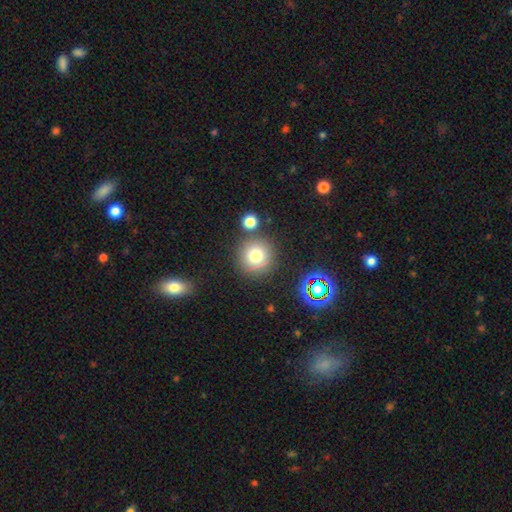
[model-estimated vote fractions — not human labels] Smooth or featured: smooth — 72% (star or artifact — 16%)
How rounded: round — 95% (in between — 4%)
Merging: none — 80% (minor disturbance — 9%)